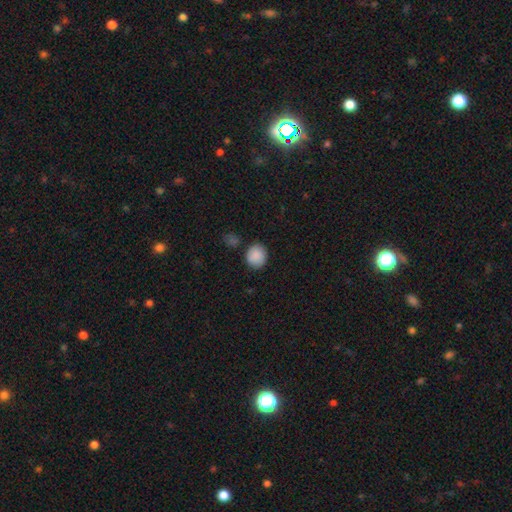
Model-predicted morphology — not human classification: A smooth galaxy with no disk features (89%) that is round (69%).

Vote fractions:
- Smooth or featured? smooth: 89% / star or artifact: 8% / featured or disk: 4%
- How rounded? round: 69% / in between: 30% / cigar-shaped: 1%
- Merging? none: 81% / minor disturbance: 11% / merger: 5% / major disturbance: 3%